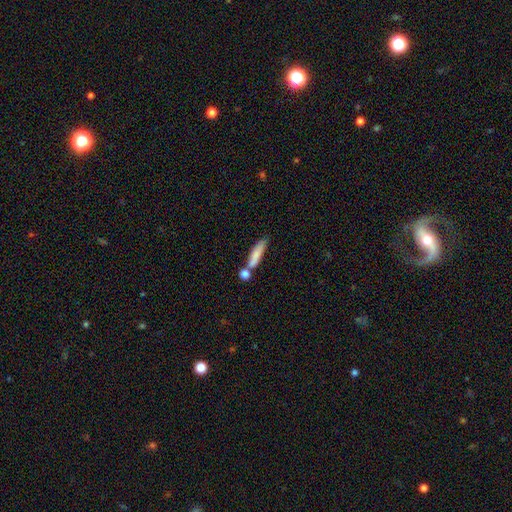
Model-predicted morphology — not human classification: This is likely a smooth galaxy (78%). How rounded: likely cigar-shaped (70%). Merging: possibly none (49%).